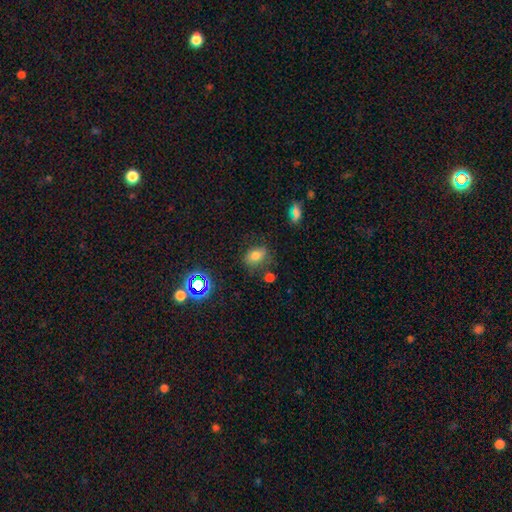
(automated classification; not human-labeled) This appears to be a smooth galaxy with no disk features (69%) that is in between round and cigar-shaped (71%). Merging: none (67%).